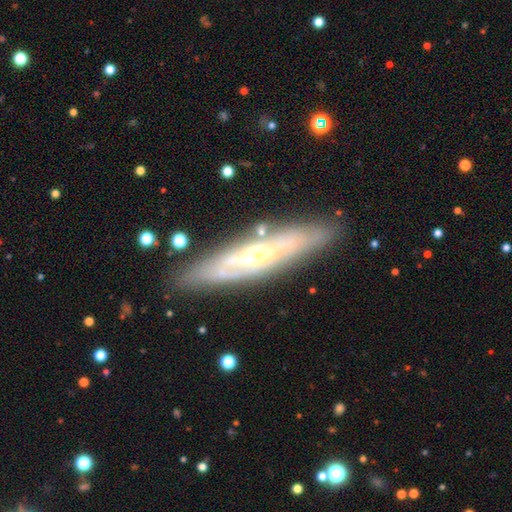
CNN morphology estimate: type=featured or disk (74%); edge-on=yes (61%); merging=none (80%).